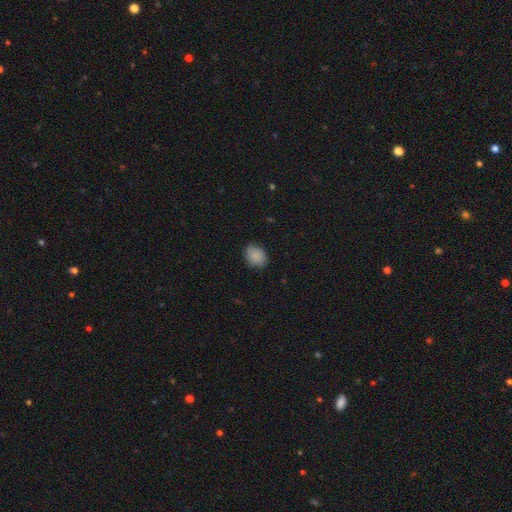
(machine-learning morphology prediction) smooth-or-featured: smooth: 88% | star or artifact: 8% | featured or disk: 4%
  how-rounded: in between: 54% | round: 45% | cigar-shaped: 1%
  merging: none: 81% | minor disturbance: 15% | major disturbance: 3% | merger: 1%